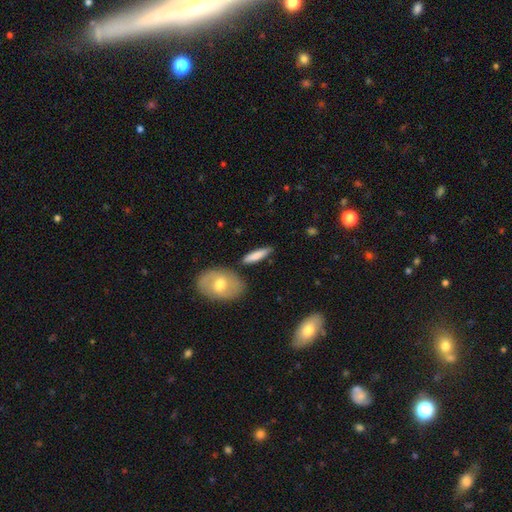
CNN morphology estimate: A smooth galaxy with no disk features (75%) that is cigar-shaped (72%). Merging: none (80%).